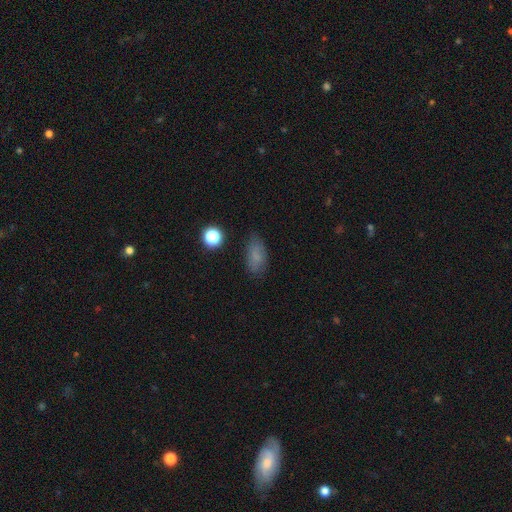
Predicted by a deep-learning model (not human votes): A smooth galaxy with no disk features (78%) that is in between round and cigar-shaped (87%).

Vote fractions:
- Smooth or featured? smooth: 78% / star or artifact: 13% / featured or disk: 9%
- How rounded? in between: 87% / round: 8% / cigar-shaped: 5%
- Merging? none: 73% / minor disturbance: 20% / major disturbance: 5% / merger: 2%